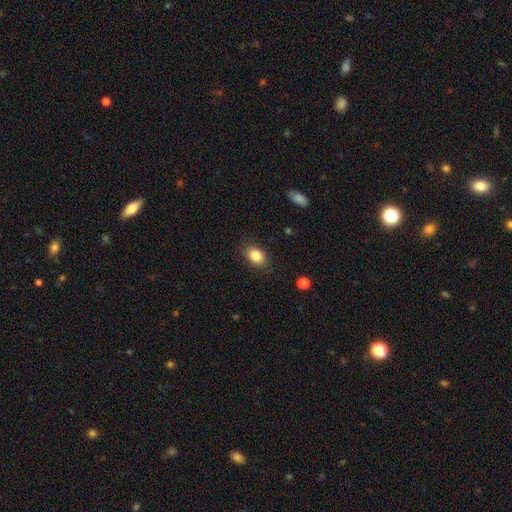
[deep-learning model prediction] A smooth galaxy with no disk features (85%) that is in between round and cigar-shaped (81%). Merging: none (86%).